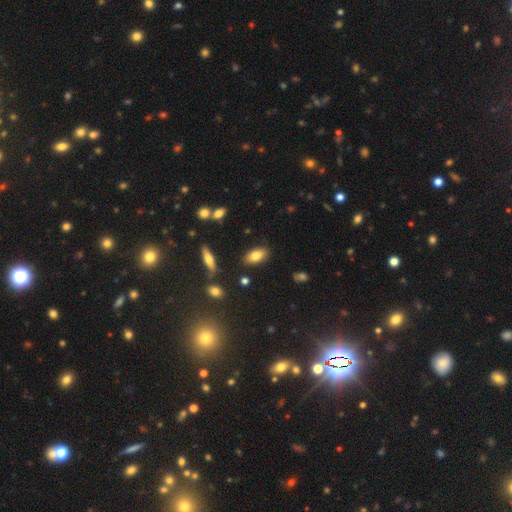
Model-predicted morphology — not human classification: This appears to be a smooth galaxy with no disk features (81%) that is in between round and cigar-shaped (90%). Merging: none (84%).